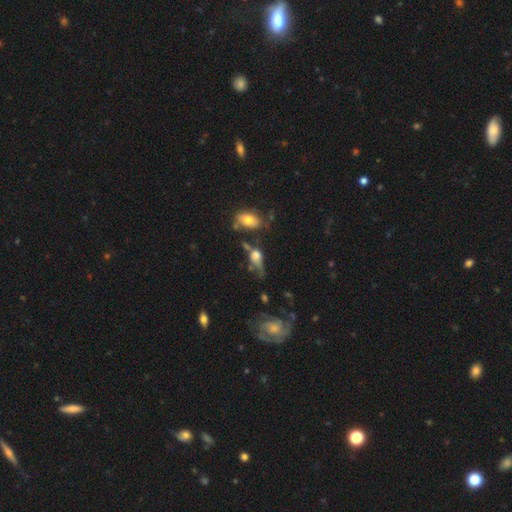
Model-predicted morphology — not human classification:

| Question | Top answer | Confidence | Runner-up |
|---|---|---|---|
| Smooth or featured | smooth | 51% | featured or disk (36%) |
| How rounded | in between | 62% | round (27%) |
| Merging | major disturbance | 31% | none (29%) |